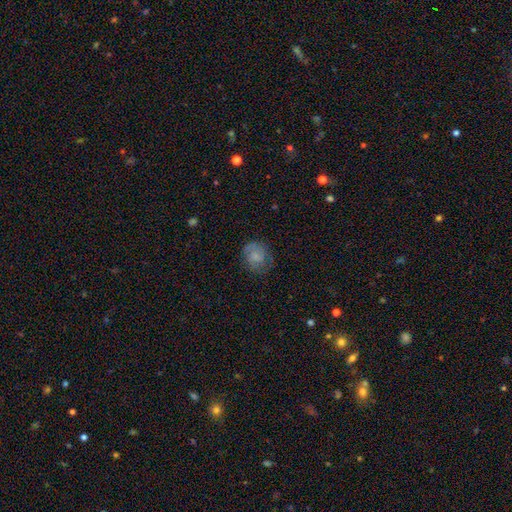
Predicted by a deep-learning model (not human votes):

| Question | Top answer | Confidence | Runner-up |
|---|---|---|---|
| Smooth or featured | smooth | 65% | featured or disk (25%) |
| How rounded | round | 69% | in between (30%) |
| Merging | none | 63% | minor disturbance (23%) |